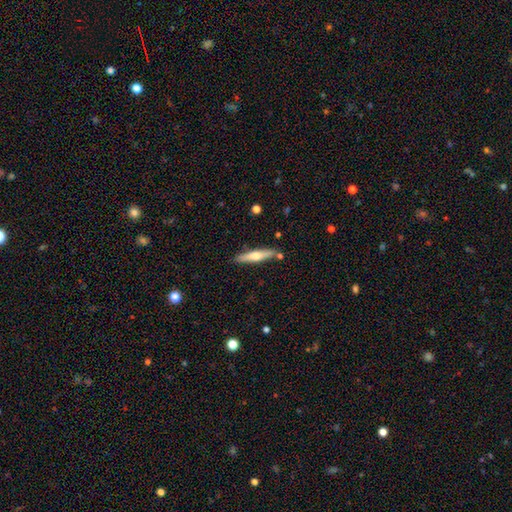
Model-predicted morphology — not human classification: A smooth galaxy with no disk features (48%).

Vote fractions:
- Smooth or featured? smooth: 48% / featured or disk: 47% / star or artifact: 5%
- Merging? none: 83% / minor disturbance: 10% / merger: 5% / major disturbance: 2%